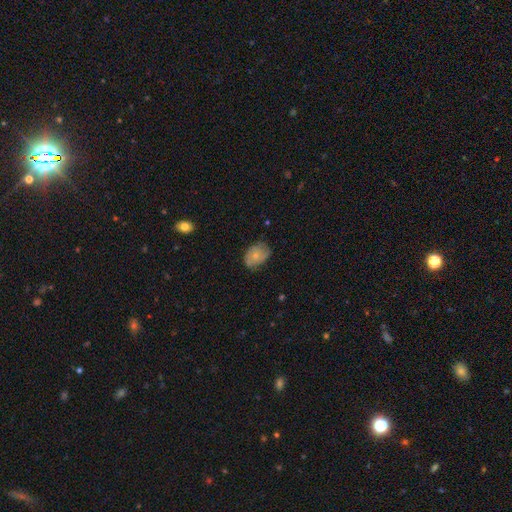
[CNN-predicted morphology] A smooth galaxy with no disk features (55%) that is in between round and cigar-shaped (70%).

Vote fractions:
- Smooth or featured? smooth: 55% / featured or disk: 38% / star or artifact: 7%
- How rounded? in between: 70% / round: 28% / cigar-shaped: 1%
- Merging? none: 61% / minor disturbance: 30% / major disturbance: 8% / merger: 1%